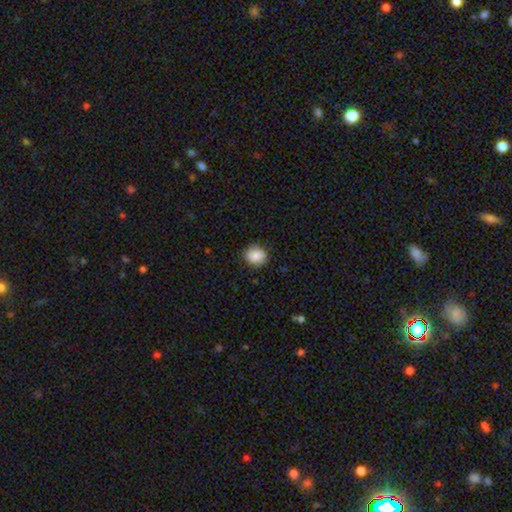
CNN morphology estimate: smooth 84%, star or artifact 8%, featured or disk 8%. Down the decision tree: how rounded — round (79%); merging — none (87%).